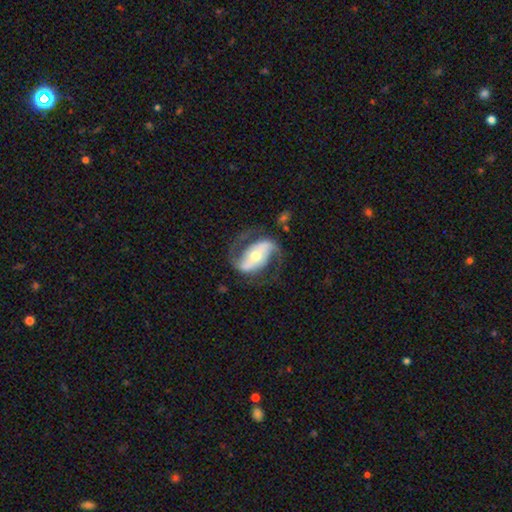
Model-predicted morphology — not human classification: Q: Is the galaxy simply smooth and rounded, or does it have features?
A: featured or disk — 86%.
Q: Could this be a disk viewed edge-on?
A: no — 96%.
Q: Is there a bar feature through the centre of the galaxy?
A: strong — 51%.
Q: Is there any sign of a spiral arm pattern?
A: yes — 94%.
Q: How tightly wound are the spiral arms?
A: medium — 49%.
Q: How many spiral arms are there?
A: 2 — 91%.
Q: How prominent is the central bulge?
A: moderate — 57%.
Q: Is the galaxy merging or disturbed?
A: none — 70%.